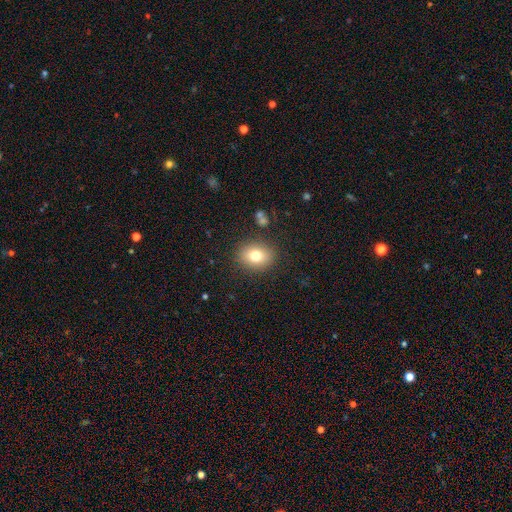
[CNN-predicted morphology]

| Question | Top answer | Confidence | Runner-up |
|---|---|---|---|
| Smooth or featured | smooth | 77% | featured or disk (12%) |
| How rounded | in between | 52% | round (47%) |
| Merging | none | 86% | minor disturbance (9%) |